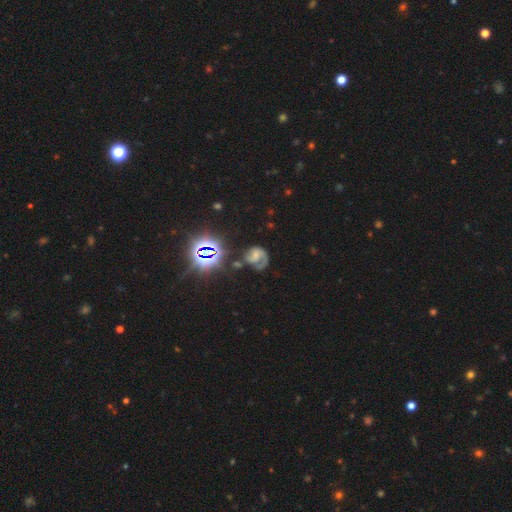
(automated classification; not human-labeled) Smooth or featured? Predicted: featured or disk (p=0.61). Edge-on disk? Predicted: no (p=0.98). Bar? Predicted: no (p=0.55). Spiral arms? Predicted: yes (p=0.85). Spiral winding? Predicted: medium (p=0.43). Spiral arm count? Predicted: 1 (p=0.44). Bulge size? Predicted: none (p=0.39). Merging? Predicted: none (p=0.37).